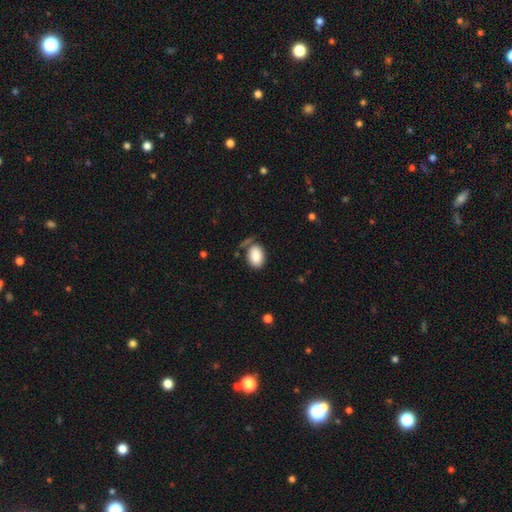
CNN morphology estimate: This is clearly a smooth galaxy (88%). How rounded: clearly in between (83%). Merging: likely none (68%).